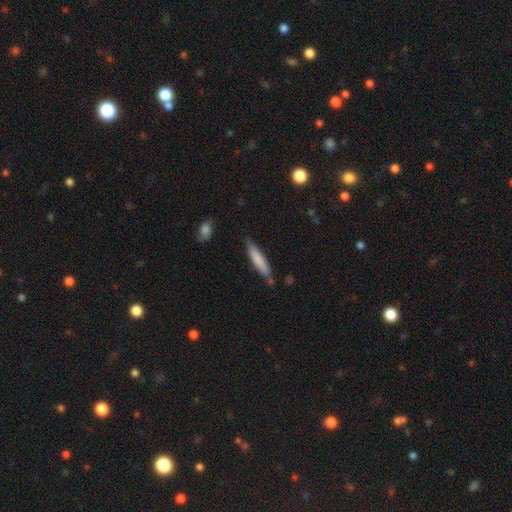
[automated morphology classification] Smooth or featured?
  - smooth: 75% *
  - featured or disk: 19%
  - star or artifact: 6%
How rounded?
  - cigar-shaped: 90% *
  - in between: 8%
  - round: 1%
Merging?
  - none: 79% *
  - minor disturbance: 15%
  - merger: 3%
  - major disturbance: 3%